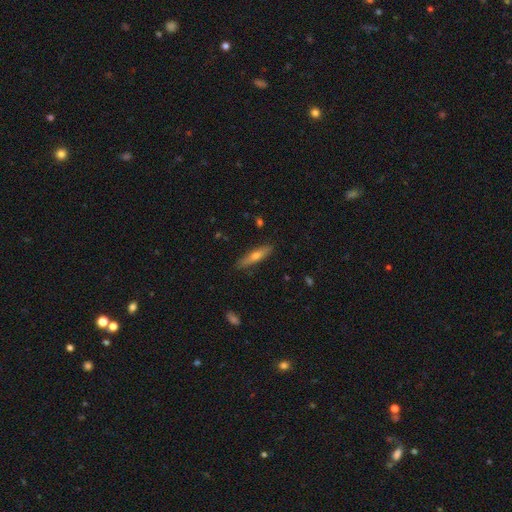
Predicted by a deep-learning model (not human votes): Morphology: type=smooth (50%); roundness=cigar-shaped (84%); merging=none (87%).